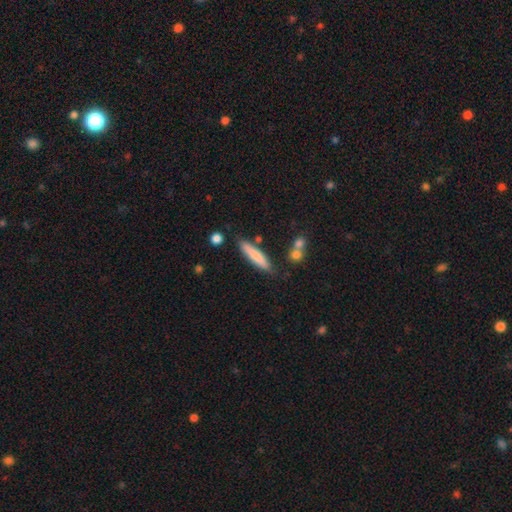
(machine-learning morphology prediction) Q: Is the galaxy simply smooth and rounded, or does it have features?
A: smooth — 76%.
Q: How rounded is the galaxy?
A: cigar-shaped — 85%.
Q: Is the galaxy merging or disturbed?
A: none — 79%.